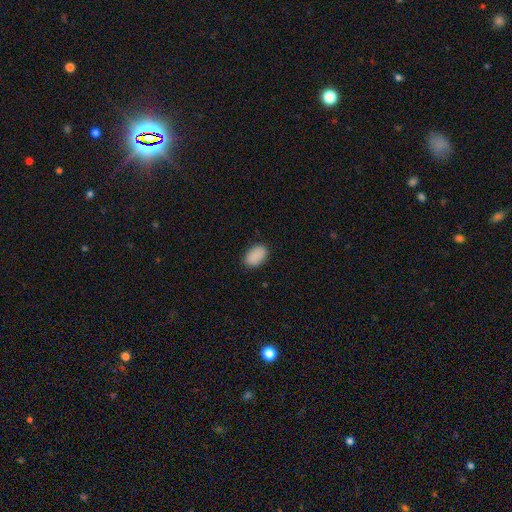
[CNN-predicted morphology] Q: Smooth or featured?
A: smooth (90%); runner-up: star or artifact (7%)
Q: How rounded?
A: in between (91%); runner-up: round (8%)
Q: Merging?
A: none (87%); runner-up: minor disturbance (10%)